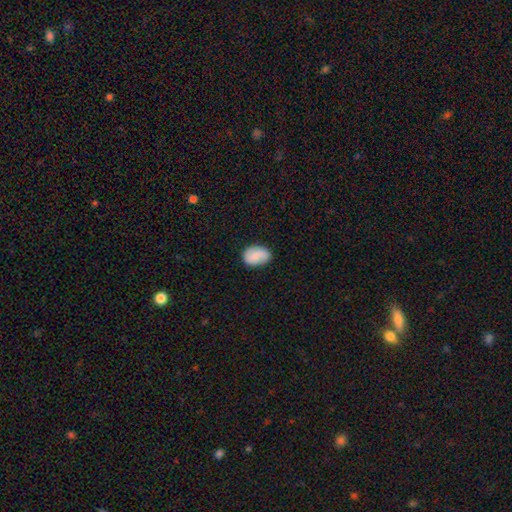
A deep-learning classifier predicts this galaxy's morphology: This appears to be a smooth galaxy with no disk features (81%) that is in between round and cigar-shaped (78%). Merging: none (80%).